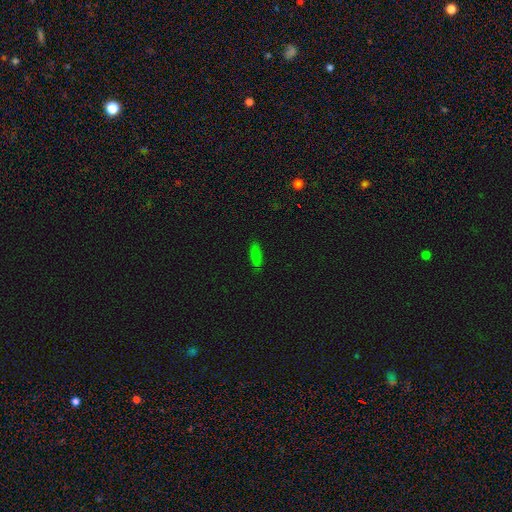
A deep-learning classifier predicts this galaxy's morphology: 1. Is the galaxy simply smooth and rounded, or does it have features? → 80% smooth, 12% star or artifact, 8% featured or disk.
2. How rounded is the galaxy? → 54% in between, 43% cigar-shaped, 3% round.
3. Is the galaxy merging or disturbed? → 84% none, 12% minor disturbance, 2% major disturbance, 1% merger.